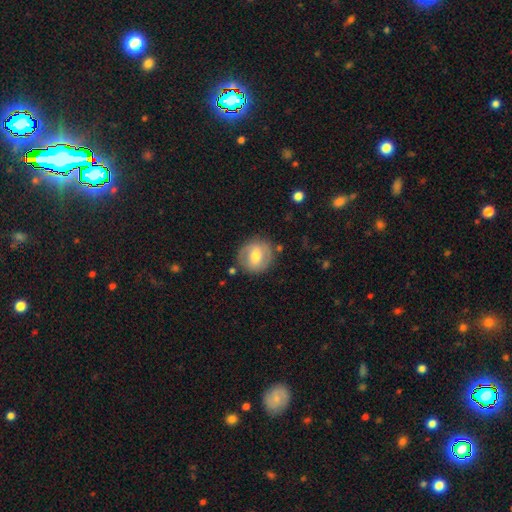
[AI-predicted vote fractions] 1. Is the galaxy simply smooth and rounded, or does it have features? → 48% smooth, 45% featured or disk, 7% star or artifact.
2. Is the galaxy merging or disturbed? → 80% none, 13% minor disturbance, 5% major disturbance, 3% merger.